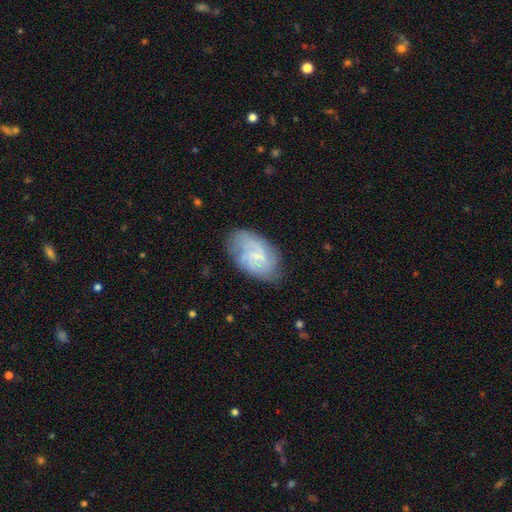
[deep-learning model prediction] Smooth or featured: featured or disk — 60% (smooth — 32%)
Edge-on disk: no — 97% (yes — 3%)
Bar: weak — 50% (no — 42%)
Spiral arms: yes — 84% (no — 16%)
Bulge size: small — 61% (none — 22%)
Merging: none — 67% (minor disturbance — 23%)